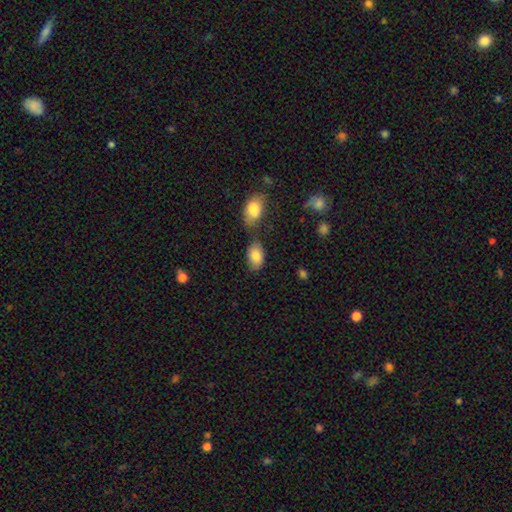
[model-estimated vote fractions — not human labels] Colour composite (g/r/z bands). It shows a smooth galaxy with no disk features (84%) that is in between round and cigar-shaped (91%). Merging: none (61%).